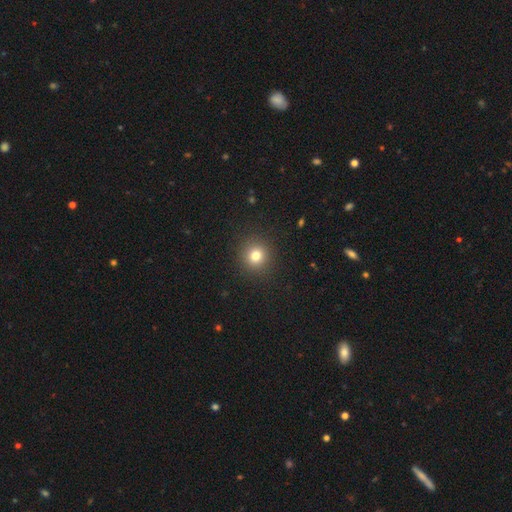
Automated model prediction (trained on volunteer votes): This is likely a smooth galaxy (79%). How rounded: clearly round (92%). Merging: clearly none (91%).